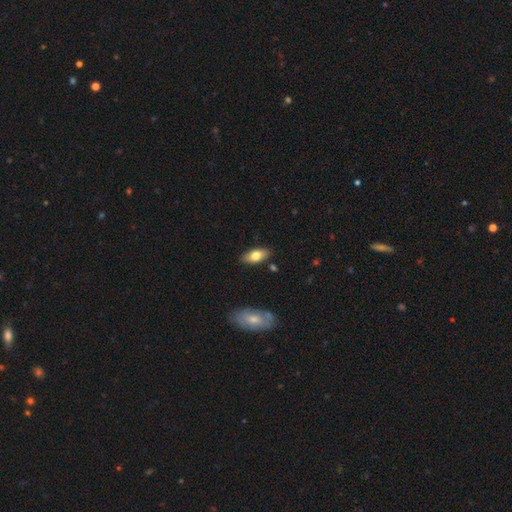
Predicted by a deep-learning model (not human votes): Overall: smooth (75%). How rounded: in between (89%). Merging: none (85%).